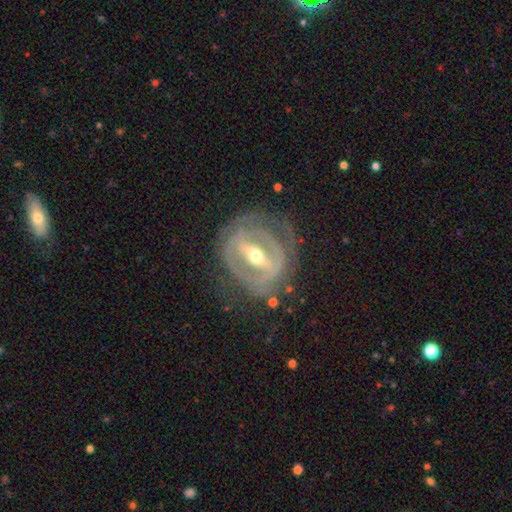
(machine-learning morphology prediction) Smooth or featured?
  - featured or disk: 84% *
  - smooth: 11%
  - star or artifact: 5%
Edge-on disk?
  - no: 89% *
  - yes: 11%
Bar?
  - strong: 71% *
  - weak: 20%
  - no: 9%
Spiral arms?
  - yes: 55% *
  - no: 45%
Bulge size?
  - moderate: 63% *
  - small: 31%
  - large: 4%
  - dominant: 1%
  - none: 1%
Merging?
  - none: 67% *
  - minor disturbance: 18%
  - major disturbance: 13%
  - merger: 2%